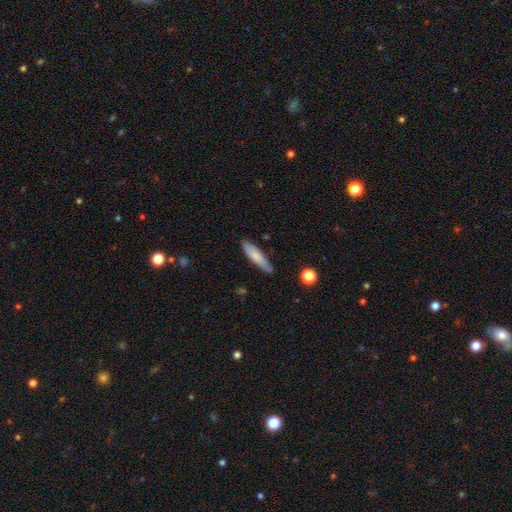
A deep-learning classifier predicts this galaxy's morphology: Smooth or featured: smooth — 73% (featured or disk — 21%)
How rounded: cigar-shaped — 76% (in between — 23%)
Merging: none — 80% (minor disturbance — 15%)